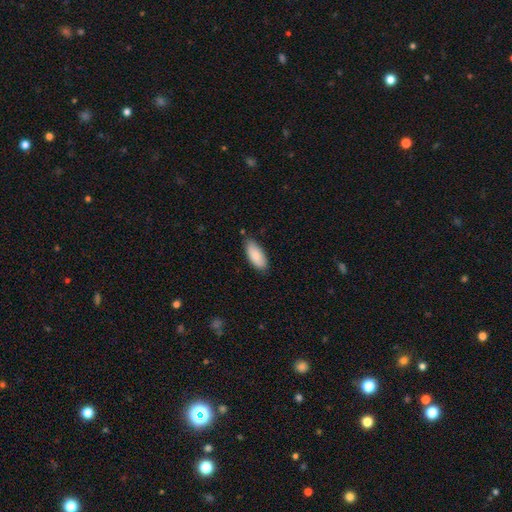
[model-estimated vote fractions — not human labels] smooth-or-featured: smooth: 86% | featured or disk: 8% | star or artifact: 6%
  how-rounded: in between: 86% | cigar-shaped: 13% | round: 2%
  merging: none: 79% | minor disturbance: 17% | major disturbance: 2% | merger: 2%